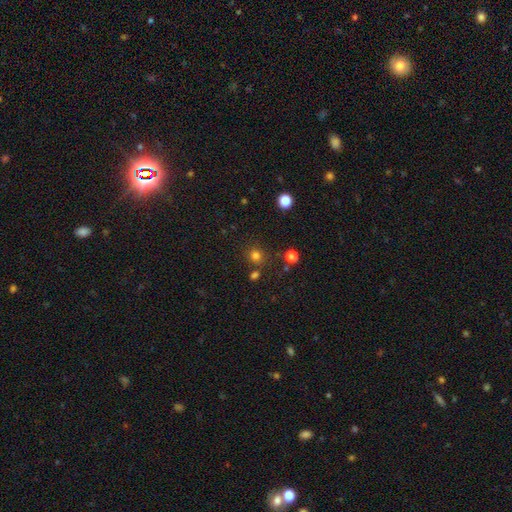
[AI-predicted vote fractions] This is likely a smooth galaxy (77%). How rounded: clearly round (87%). Merging: likely none (78%).